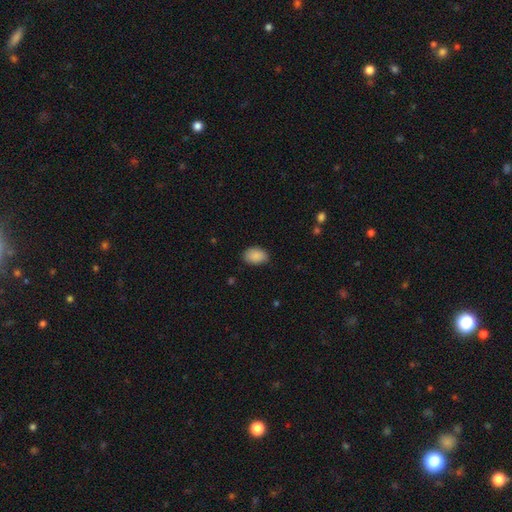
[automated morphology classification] Smooth or featured?
  - smooth: 88% *
  - star or artifact: 7%
  - featured or disk: 5%
How rounded?
  - in between: 82% *
  - round: 17%
  - cigar-shaped: 1%
Merging?
  - none: 78% *
  - minor disturbance: 18%
  - major disturbance: 3%
  - merger: 1%